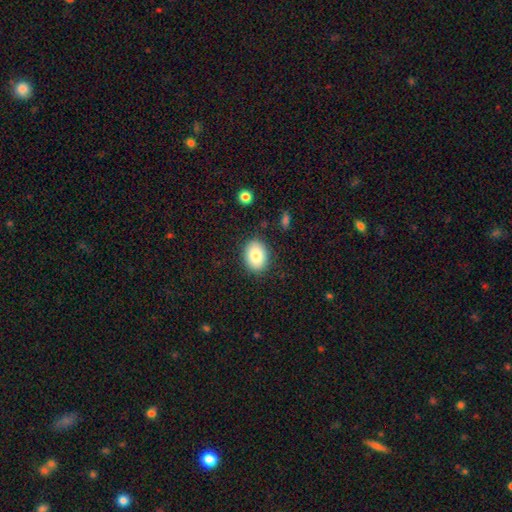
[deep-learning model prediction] This is clearly a smooth galaxy (83%). How rounded: likely in between (71%). Merging: clearly none (87%).